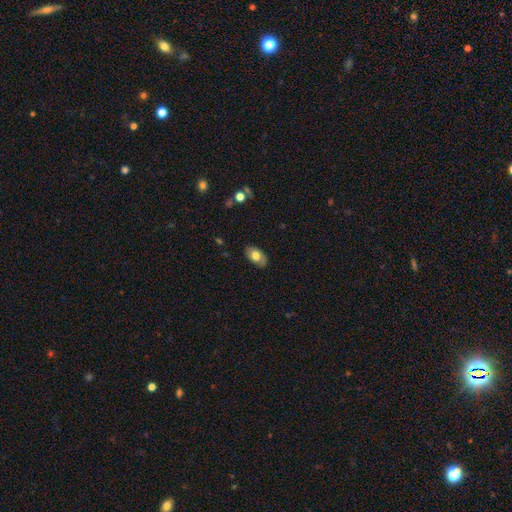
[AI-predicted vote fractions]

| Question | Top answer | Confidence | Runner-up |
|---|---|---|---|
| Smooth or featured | smooth | 67% | featured or disk (26%) |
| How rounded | in between | 92% | round (7%) |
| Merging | none | 82% | minor disturbance (14%) |